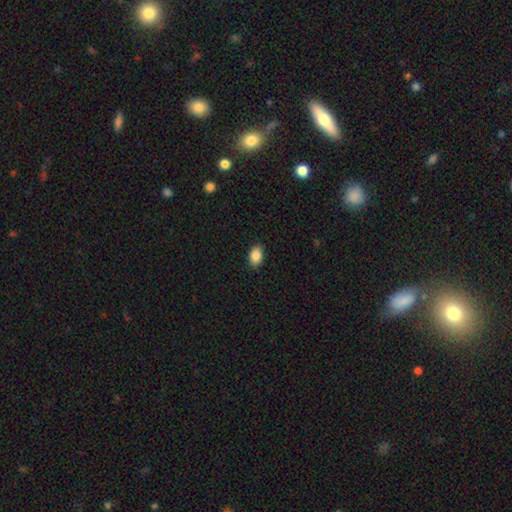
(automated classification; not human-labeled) This is clearly a smooth galaxy (89%). How rounded: clearly in between (88%). Merging: clearly none (89%).